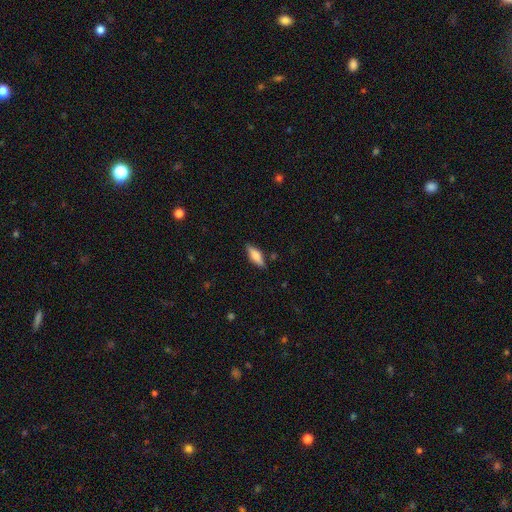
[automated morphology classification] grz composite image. It shows a smooth galaxy with no disk features (66%) that is in between round and cigar-shaped (56%). Merging: none (83%).